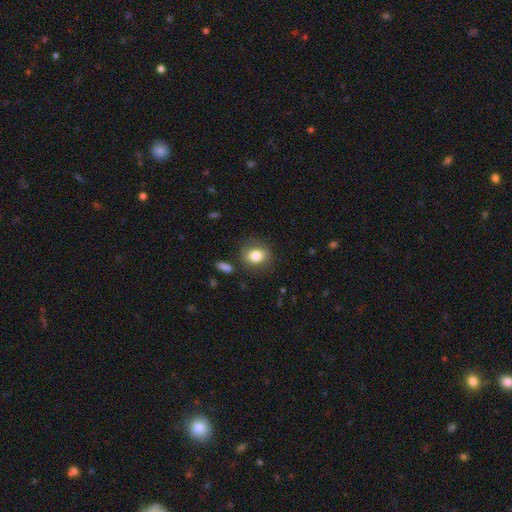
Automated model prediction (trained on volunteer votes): This appears to be a smooth galaxy with no disk features (80%) that is in between round and cigar-shaped (51%). Merging: none (81%).